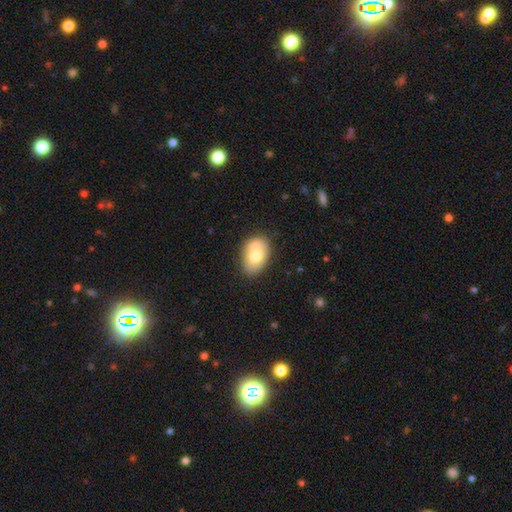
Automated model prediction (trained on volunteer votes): Smooth or featured: smooth — 70% (featured or disk — 23%)
How rounded: in between — 85% (round — 14%)
Merging: none — 61% (minor disturbance — 20%)